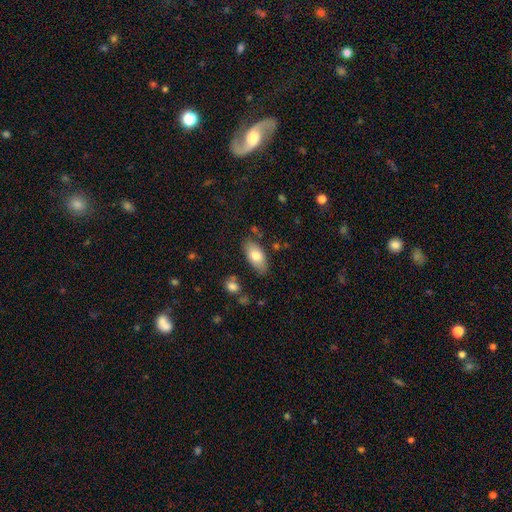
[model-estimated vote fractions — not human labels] Smooth or featured? smooth (77%)
How rounded? in between (92%)
Merging? none (80%)